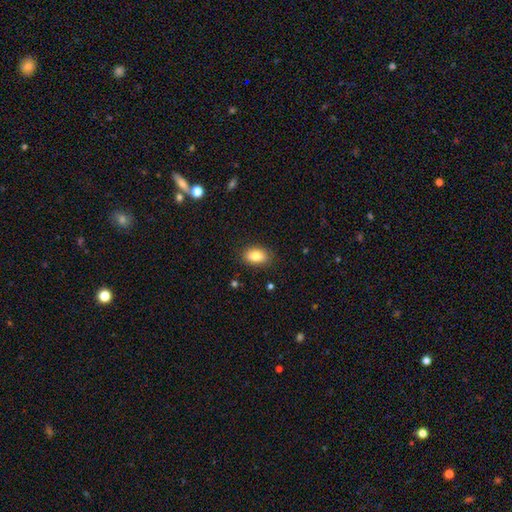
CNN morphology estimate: The model was most divided on "smooth or featured": smooth: 82%, featured or disk: 10%, star or artifact: 8%. More confident: how rounded — in between (87%); merging — none (86%).